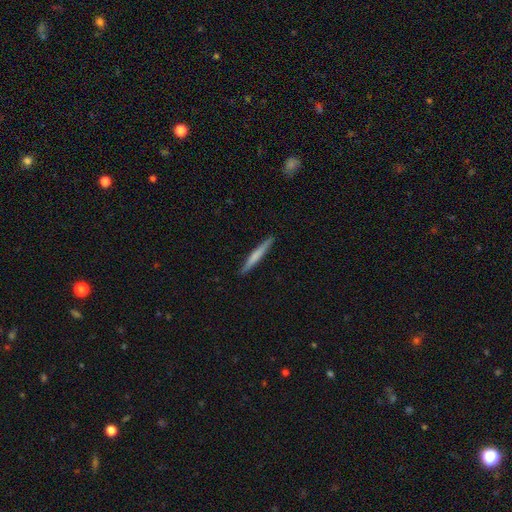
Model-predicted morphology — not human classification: Smooth or featured?
  - smooth: 60% *
  - featured or disk: 34%
  - star or artifact: 5%
How rounded?
  - cigar-shaped: 96% *
  - in between: 2%
  - round: 1%
Merging?
  - none: 92% *
  - minor disturbance: 6%
  - major disturbance: 1%
  - merger: 1%